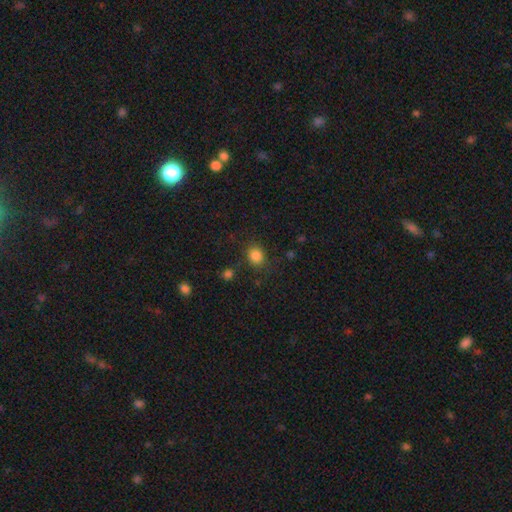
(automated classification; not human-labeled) smooth_or_featured: smooth (p=0.84) [alt: star or artifact p=0.12]
how_rounded: round (p=0.69) [alt: in between p=0.30]
merging: none (p=0.81) [alt: minor disturbance p=0.11]